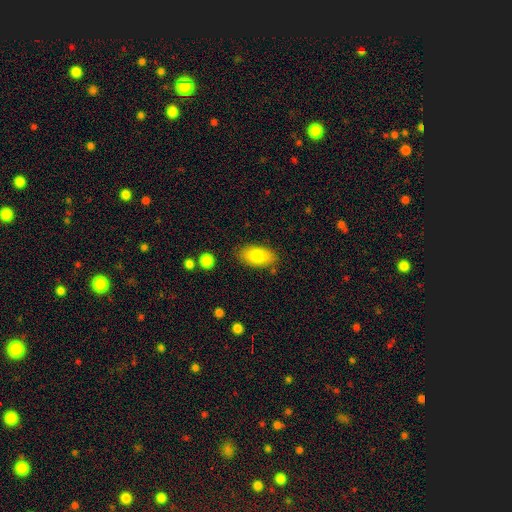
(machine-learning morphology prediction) A smooth galaxy with no disk features (80%) that is in between round and cigar-shaped (92%).

Vote fractions:
- Smooth or featured? smooth: 80% / featured or disk: 13% / star or artifact: 7%
- How rounded? in between: 92% / round: 4% / cigar-shaped: 4%
- Merging? none: 82% / minor disturbance: 13% / major disturbance: 3% / merger: 2%